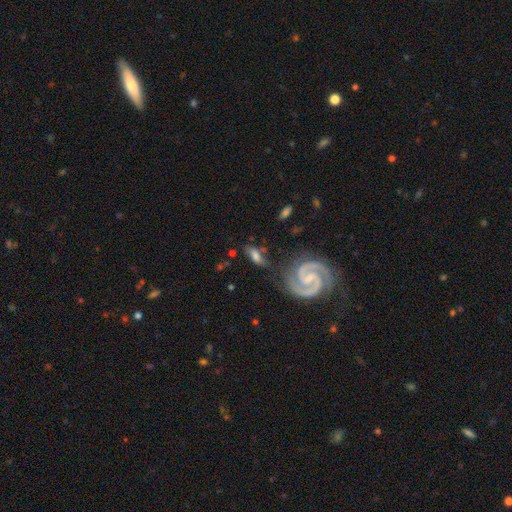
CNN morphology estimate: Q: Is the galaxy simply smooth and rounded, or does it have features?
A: featured or disk — 59%.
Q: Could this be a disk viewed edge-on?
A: no — 89%.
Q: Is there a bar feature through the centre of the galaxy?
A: no — 42%.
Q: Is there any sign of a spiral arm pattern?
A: yes — 88%.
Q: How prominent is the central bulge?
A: small — 50%.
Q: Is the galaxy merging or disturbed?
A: none — 60%.